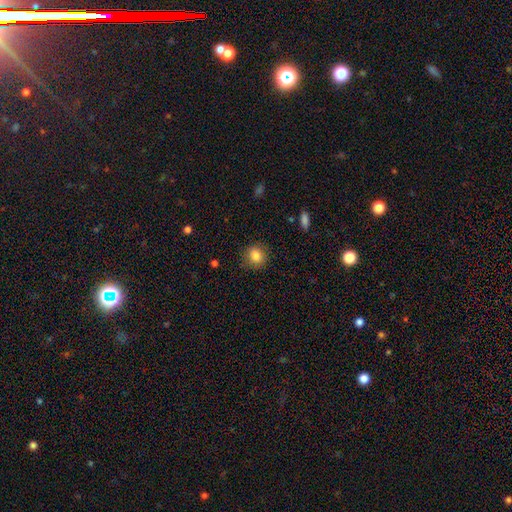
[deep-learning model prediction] The model was most divided on "how rounded": round: 76%, in between: 23%, cigar-shaped: 1%. More confident: smooth or featured — smooth (84%); merging — none (84%).